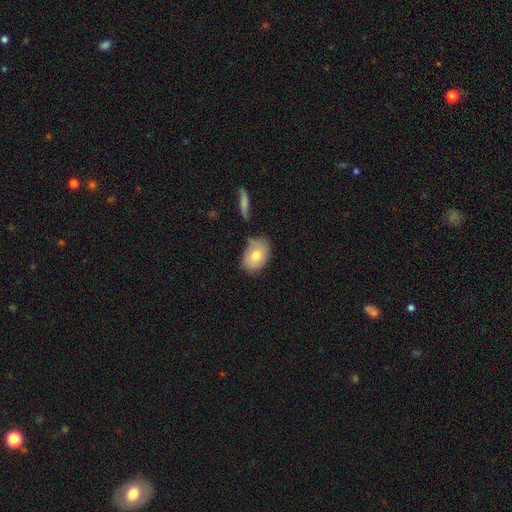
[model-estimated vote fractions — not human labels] Smooth or featured?
  - smooth: 75% *
  - featured or disk: 17%
  - star or artifact: 8%
How rounded?
  - in between: 81% *
  - round: 17%
  - cigar-shaped: 1%
Merging?
  - none: 67% *
  - minor disturbance: 21%
  - merger: 7%
  - major disturbance: 5%